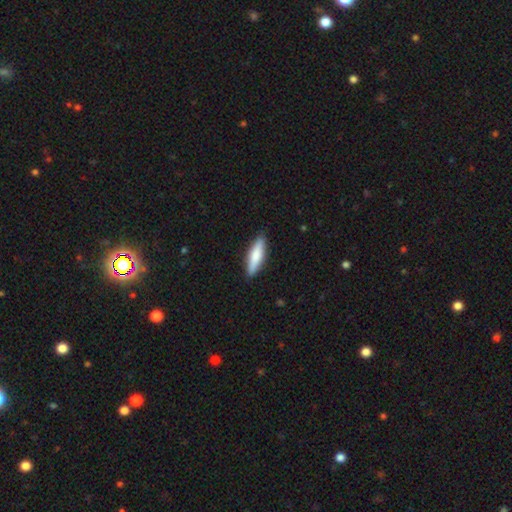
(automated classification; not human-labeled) Q: Smooth or featured?
A: smooth (72%); runner-up: featured or disk (22%)
Q: How rounded?
A: cigar-shaped (66%); runner-up: in between (32%)
Q: Merging?
A: none (88%); runner-up: minor disturbance (9%)